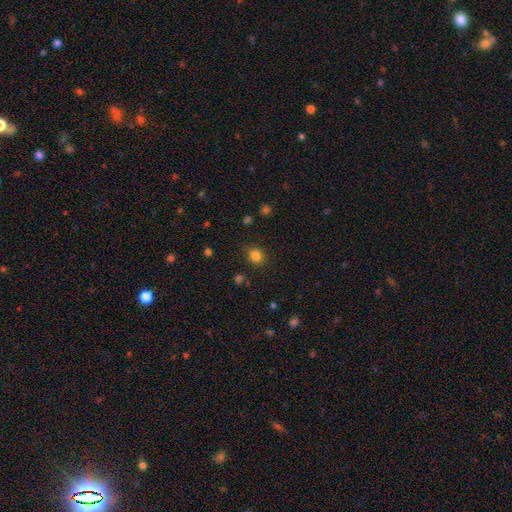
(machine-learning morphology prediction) type=smooth (82%); roundness=round (80%); merging=none (80%).